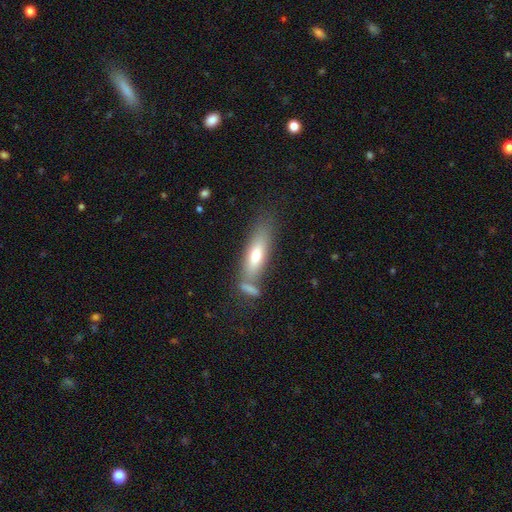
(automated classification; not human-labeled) Smooth or featured? smooth (65%)
How rounded? cigar-shaped (50%)
Merging? none (56%)